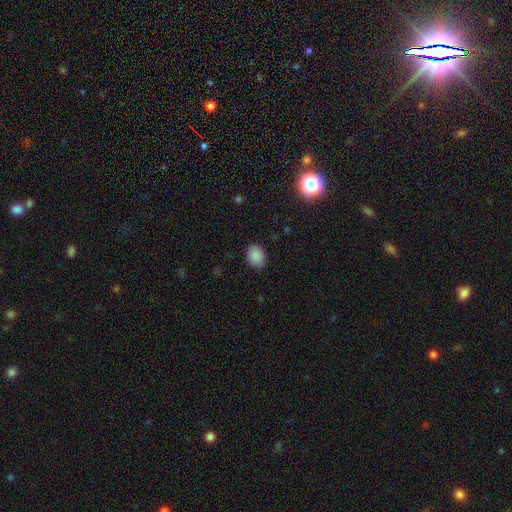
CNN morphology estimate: type=smooth (88%); roundness=in between (73%); merging=none (86%).